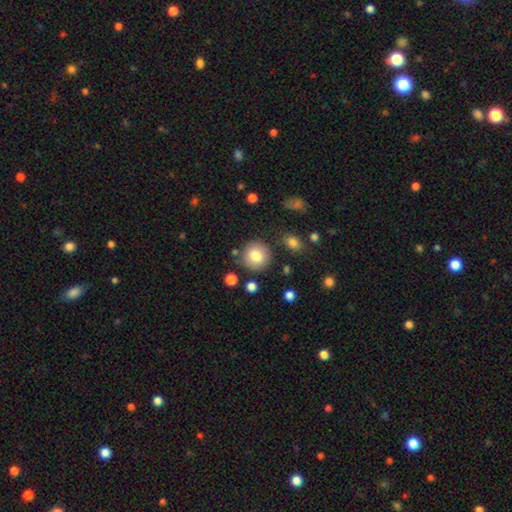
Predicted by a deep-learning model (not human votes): A smooth galaxy with no disk features (82%) that is round (93%).

Vote fractions:
- Smooth or featured? smooth: 82% / star or artifact: 9% / featured or disk: 9%
- How rounded? round: 93% / in between: 6% / cigar-shaped: 1%
- Merging? none: 83% / minor disturbance: 9% / merger: 4% / major disturbance: 3%